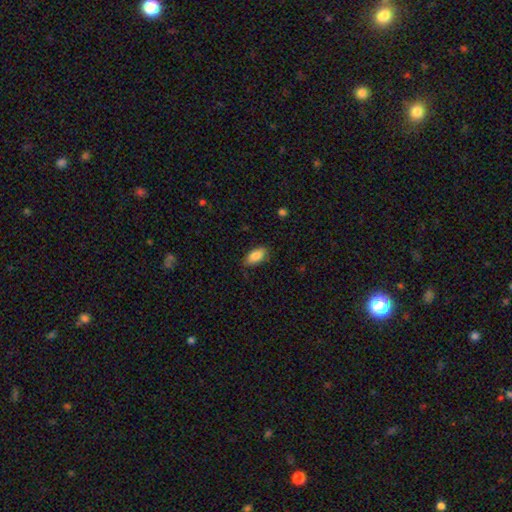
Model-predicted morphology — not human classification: type=smooth (87%); roundness=in between (91%); merging=none (78%).